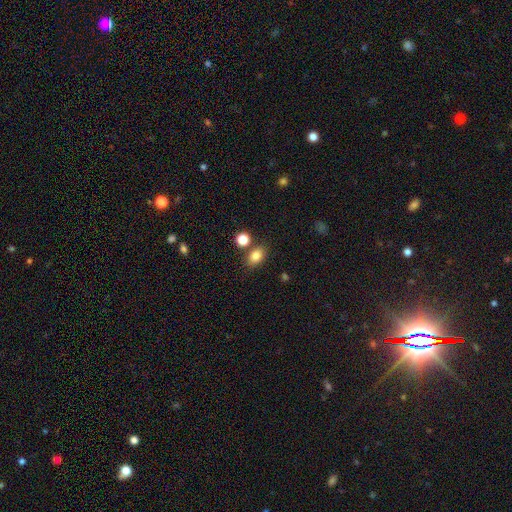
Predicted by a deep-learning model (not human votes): Overall: smooth (83%). How rounded: in between (74%). Merging: none (75%).